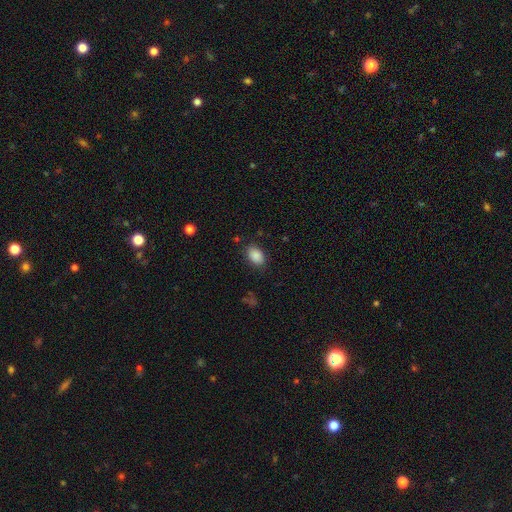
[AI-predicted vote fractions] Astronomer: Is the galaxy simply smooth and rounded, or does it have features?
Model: smooth — 88%.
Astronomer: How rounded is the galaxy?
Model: in between — 85%.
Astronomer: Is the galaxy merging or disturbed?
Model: none — 84%.